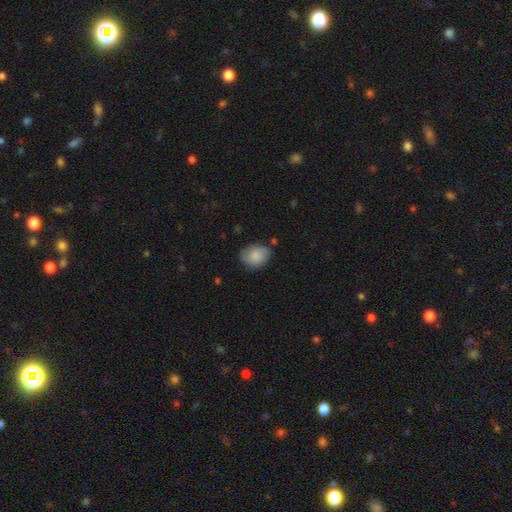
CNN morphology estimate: A smooth galaxy with no disk features (83%) that is in between round and cigar-shaped (54%).

Vote fractions:
- Smooth or featured? smooth: 83% / featured or disk: 10% / star or artifact: 7%
- How rounded? in between: 54% / round: 45% / cigar-shaped: 1%
- Merging? none: 69% / minor disturbance: 23% / major disturbance: 5% / merger: 3%